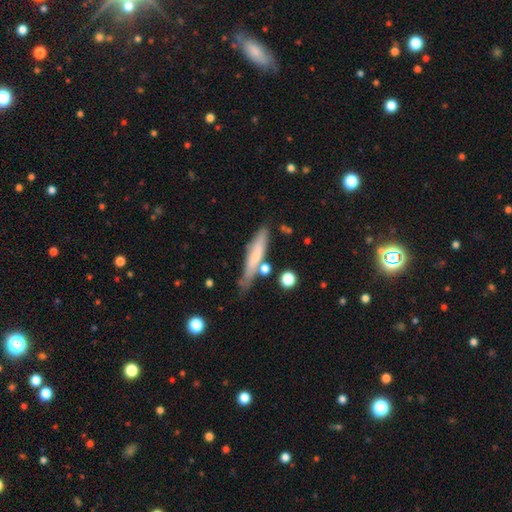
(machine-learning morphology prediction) Smooth or featured? Predicted: smooth (p=0.59). How rounded? Predicted: cigar-shaped (p=0.87). Merging? Predicted: none (p=0.67).